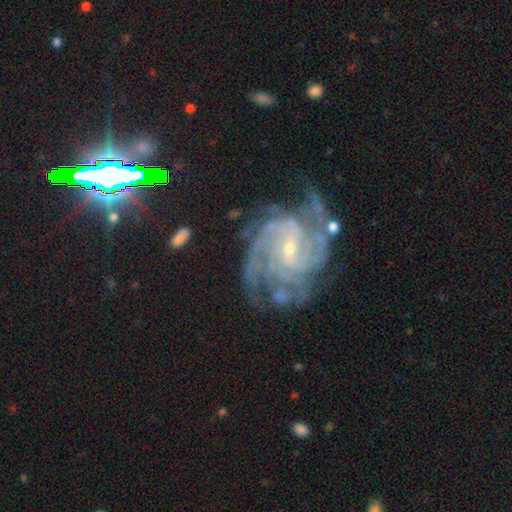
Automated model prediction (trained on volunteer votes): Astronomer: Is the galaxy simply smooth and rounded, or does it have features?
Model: featured or disk — 84%.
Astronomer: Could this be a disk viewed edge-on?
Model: no — 97%.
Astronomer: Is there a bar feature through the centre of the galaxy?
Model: weak — 42% (runner-up: no, 41%).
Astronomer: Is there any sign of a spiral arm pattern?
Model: yes — 97%.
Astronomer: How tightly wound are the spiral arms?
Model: tight — 54% (runner-up: medium, 38%).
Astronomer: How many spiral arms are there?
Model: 3 — 22%, tied with can't tell at 22%.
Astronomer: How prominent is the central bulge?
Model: small — 75%.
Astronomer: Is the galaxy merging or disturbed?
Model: none — 67%.